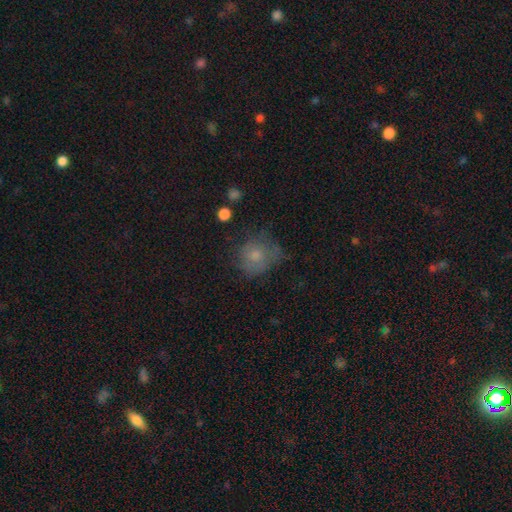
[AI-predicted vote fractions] smooth-or-featured: smooth: 68% | featured or disk: 21% | star or artifact: 11%
  how-rounded: round: 77% | in between: 22% | cigar-shaped: 1%
  merging: none: 51% | minor disturbance: 28% | major disturbance: 18% | merger: 2%